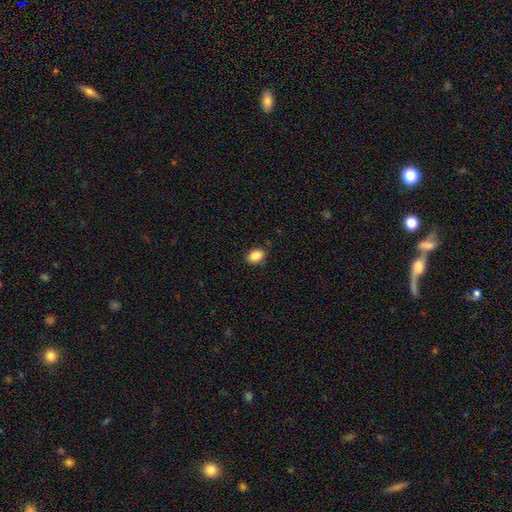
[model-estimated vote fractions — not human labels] Smooth or featured? smooth (88%)
How rounded? in between (73%)
Merging? none (85%)